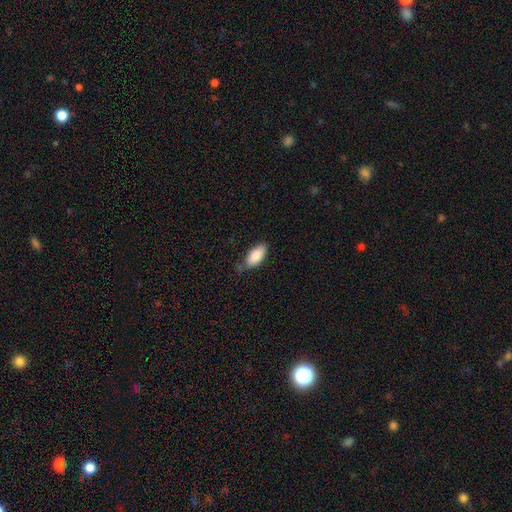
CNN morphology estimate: A smooth galaxy with no disk features (87%) that is in between round and cigar-shaped (91%).

Vote fractions:
- Smooth or featured? smooth: 87% / featured or disk: 7% / star or artifact: 6%
- How rounded? in between: 91% / cigar-shaped: 7% / round: 2%
- Merging? none: 61% / minor disturbance: 31% / major disturbance: 6% / merger: 3%